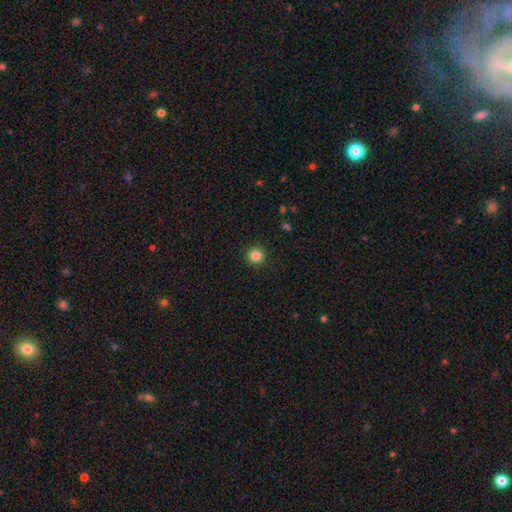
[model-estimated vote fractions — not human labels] Overall: smooth (86%). How rounded: round (93%). Merging: none (91%).